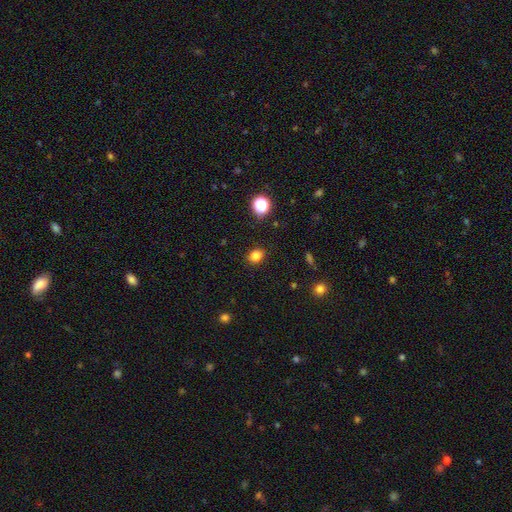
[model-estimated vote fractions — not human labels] This is clearly a smooth galaxy (81%). How rounded: possibly round (56%). Merging: clearly none (87%).